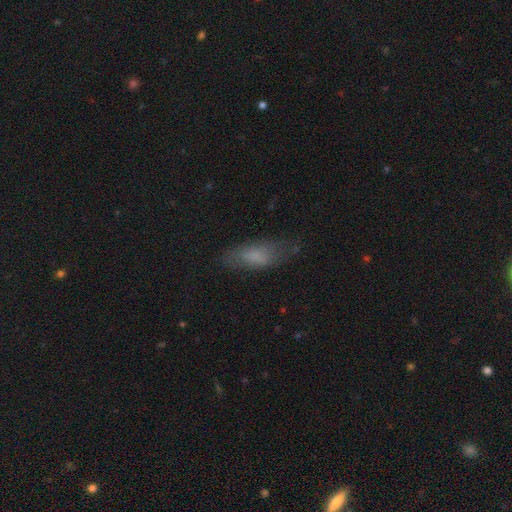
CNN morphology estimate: Overall: smooth (69%). How rounded: in between (66%; cigar-shaped 31%). Merging: none (64%; minor disturbance 24%).